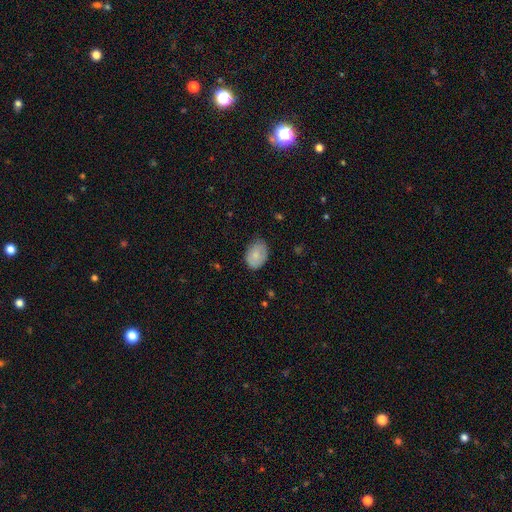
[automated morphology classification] smooth 79%, featured or disk 14%, star or artifact 7%. Down the decision tree: how rounded — in between (81%); merging — none (71%).